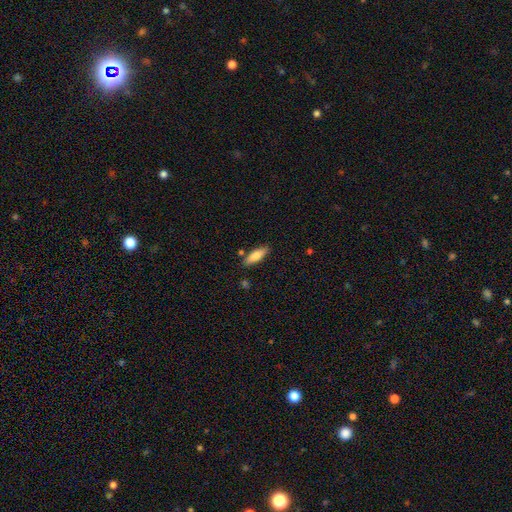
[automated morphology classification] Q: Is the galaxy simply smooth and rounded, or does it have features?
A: smooth — 78%.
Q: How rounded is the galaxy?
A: in between — 55%.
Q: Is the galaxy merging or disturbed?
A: none — 82%.